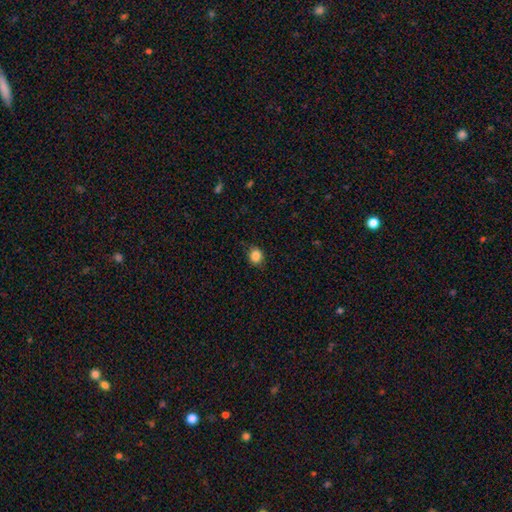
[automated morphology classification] smooth-or-featured: smooth: 86% | star or artifact: 10% | featured or disk: 4%
  how-rounded: round: 60% | in between: 39% | cigar-shaped: 1%
  merging: none: 81% | minor disturbance: 14% | major disturbance: 3% | merger: 1%